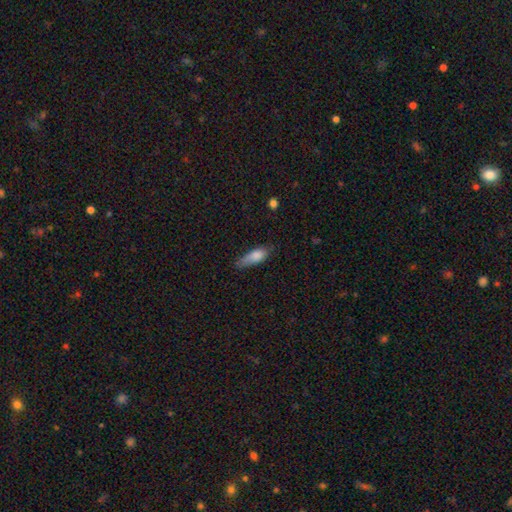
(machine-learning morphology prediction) The model was most divided on "merging": none: 49%, minor disturbance: 37%, major disturbance: 11%, merger: 3%. More confident: smooth or featured — smooth (81%); how rounded — in between (63%).